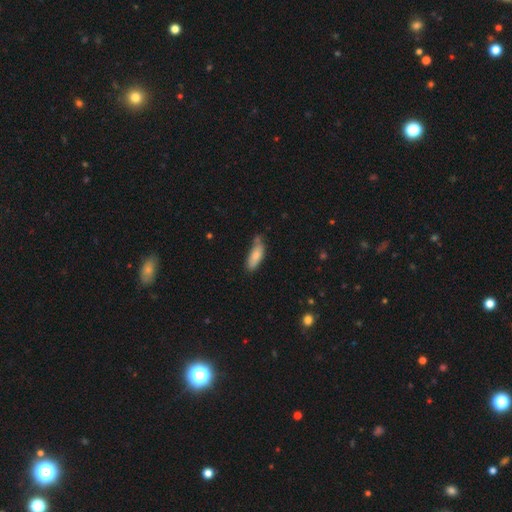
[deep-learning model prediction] Smooth or featured?
  - smooth: 81% *
  - featured or disk: 13%
  - star or artifact: 6%
How rounded?
  - in between: 62% *
  - cigar-shaped: 36%
  - round: 2%
Merging?
  - none: 57% *
  - minor disturbance: 30%
  - merger: 6%
  - major disturbance: 6%